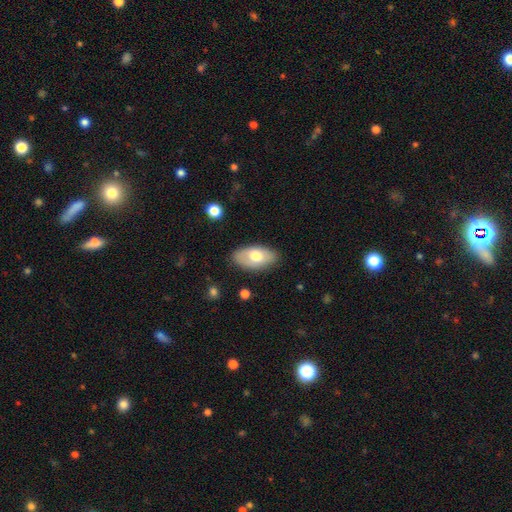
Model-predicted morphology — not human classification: A smooth galaxy with no disk features (65%) that is in between round and cigar-shaped (94%). Merging: none (81%).